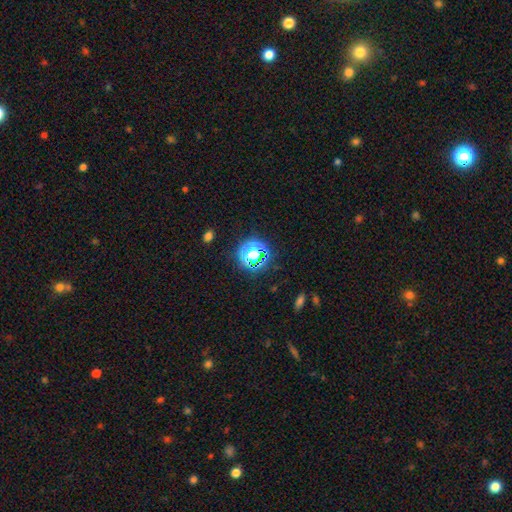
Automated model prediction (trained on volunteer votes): Smooth or featured? Predicted: star or artifact (p=0.60).